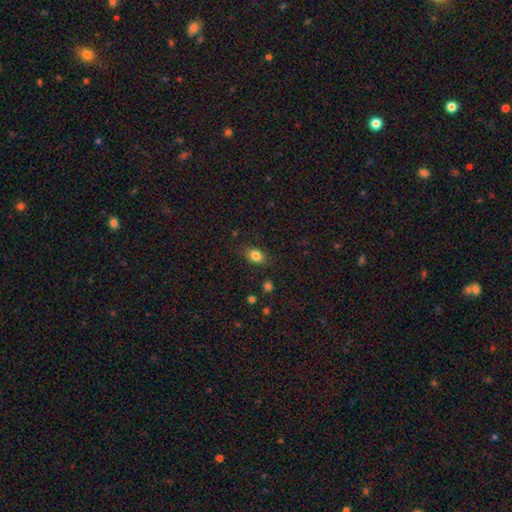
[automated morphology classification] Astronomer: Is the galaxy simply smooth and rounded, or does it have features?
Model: smooth — 81%.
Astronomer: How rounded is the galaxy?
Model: in between — 79%.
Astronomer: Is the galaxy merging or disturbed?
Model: none — 82%.